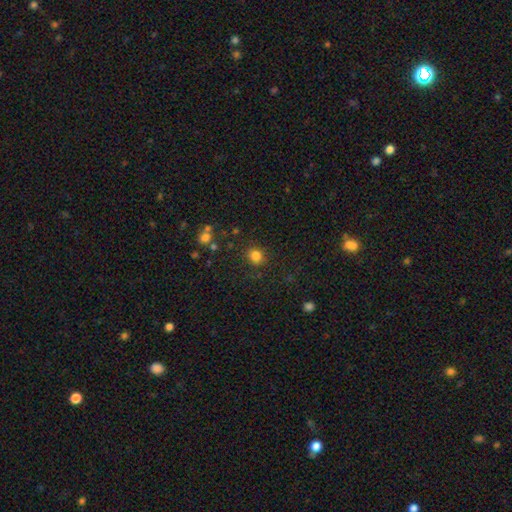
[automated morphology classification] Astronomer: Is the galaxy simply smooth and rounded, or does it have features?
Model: smooth — 82%.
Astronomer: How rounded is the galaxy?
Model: round — 79%.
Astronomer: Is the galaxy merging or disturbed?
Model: none — 84%.